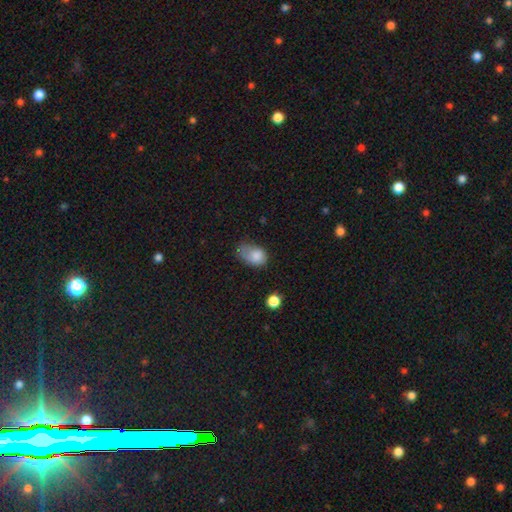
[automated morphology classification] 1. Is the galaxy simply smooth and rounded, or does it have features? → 80% smooth, 11% featured or disk, 9% star or artifact.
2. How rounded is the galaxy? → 81% in between, 18% round, 1% cigar-shaped.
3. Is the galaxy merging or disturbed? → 40% minor disturbance, 32% none, 24% major disturbance, 3% merger.